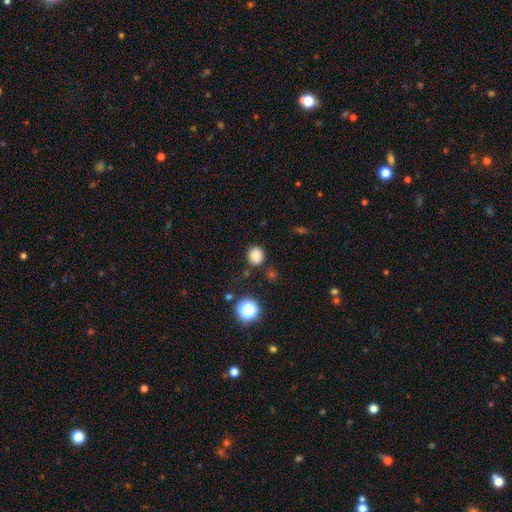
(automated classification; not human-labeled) Smooth or featured: smooth — 83% (star or artifact — 13%)
How rounded: round — 78% (in between — 21%)
Merging: none — 85% (minor disturbance — 9%)